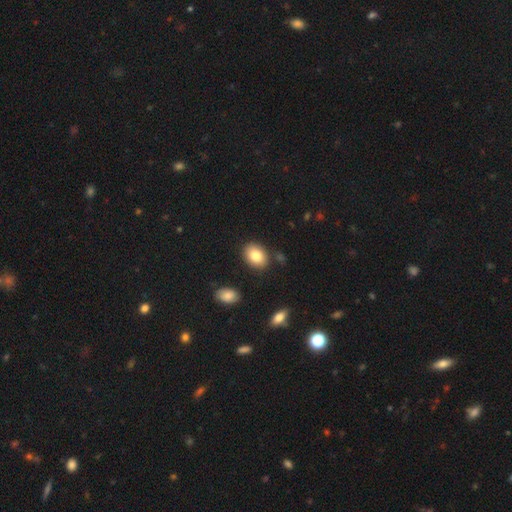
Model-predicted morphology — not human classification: smooth-or-featured: smooth: 83% | featured or disk: 9% | star or artifact: 8%
  how-rounded: in between: 80% | round: 19% | cigar-shaped: 1%
  merging: none: 84% | minor disturbance: 10% | merger: 4% | major disturbance: 3%